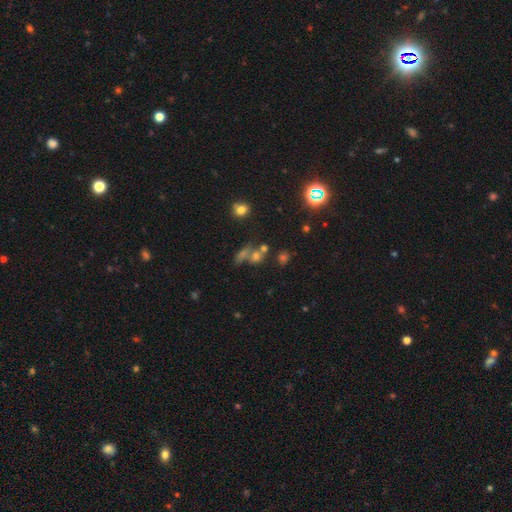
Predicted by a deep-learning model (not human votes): Q: Smooth or featured?
A: smooth (43%); runner-up: star or artifact (38%)
Q: Merging?
A: none (42%); runner-up: merger (39%)